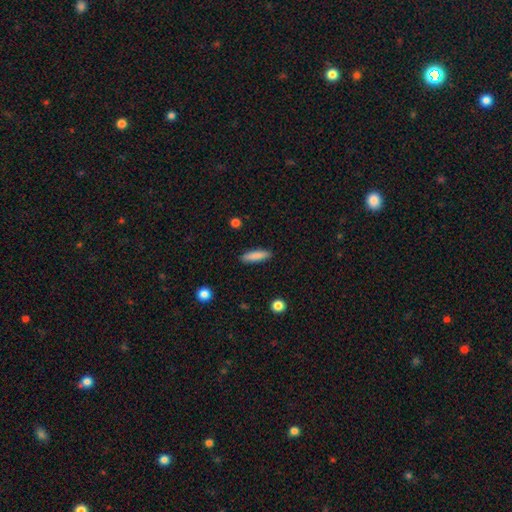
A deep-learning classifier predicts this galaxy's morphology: type=smooth (84%); roundness=cigar-shaped (73%); merging=none (90%).